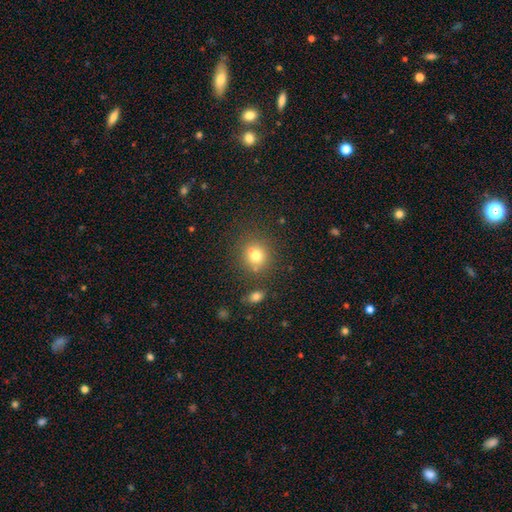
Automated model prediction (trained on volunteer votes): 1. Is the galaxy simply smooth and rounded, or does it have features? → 76% smooth, 14% star or artifact, 10% featured or disk.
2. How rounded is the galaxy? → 81% round, 18% in between, 1% cigar-shaped.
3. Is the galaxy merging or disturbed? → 69% none, 15% merger, 13% minor disturbance, 4% major disturbance.